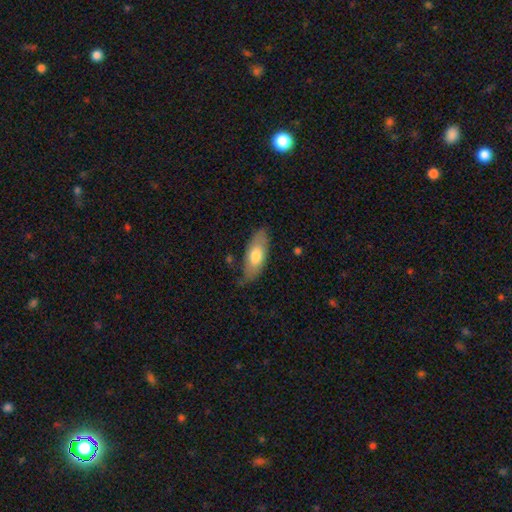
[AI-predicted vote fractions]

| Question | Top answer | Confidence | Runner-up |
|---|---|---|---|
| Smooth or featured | smooth | 70% | featured or disk (25%) |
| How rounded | in between | 79% | cigar-shaped (18%) |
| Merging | none | 72% | minor disturbance (21%) |